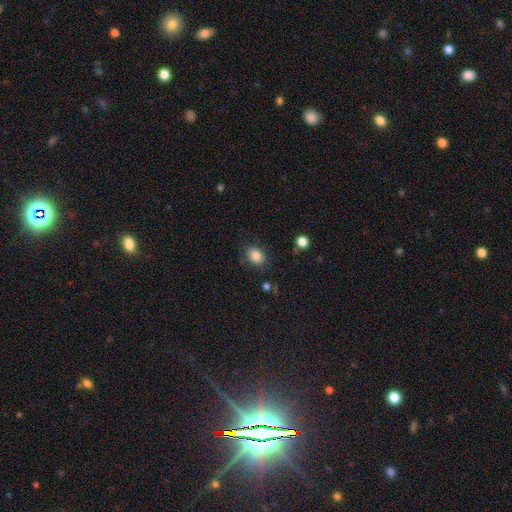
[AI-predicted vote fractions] Smooth or featured: smooth — 84% (star or artifact — 9%)
How rounded: in between — 68% (round — 31%)
Merging: none — 78% (minor disturbance — 15%)